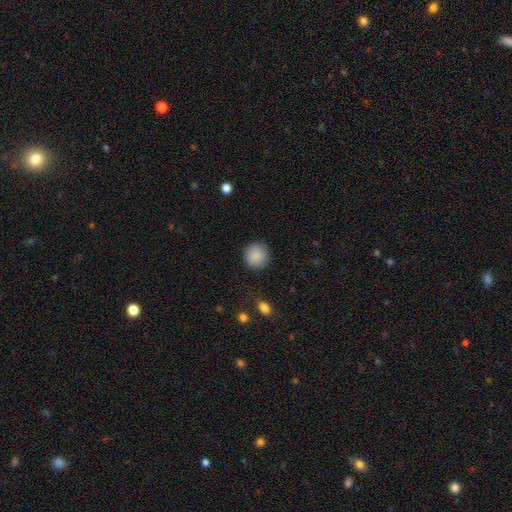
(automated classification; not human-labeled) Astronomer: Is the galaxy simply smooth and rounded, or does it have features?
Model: smooth — 89%.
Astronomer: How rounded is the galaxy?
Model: round — 92%.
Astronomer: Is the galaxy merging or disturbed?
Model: none — 88%.